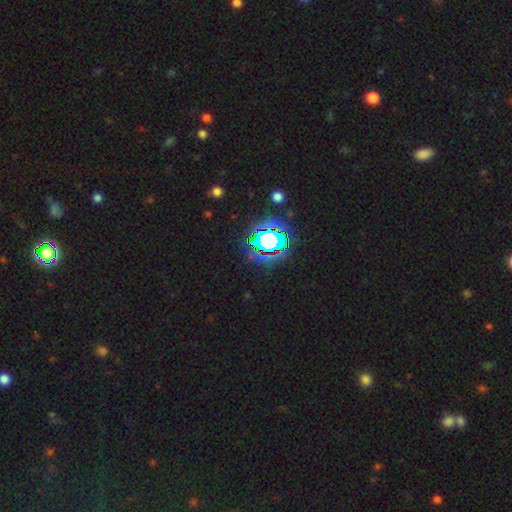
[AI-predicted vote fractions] Morphology: type=star or artifact (83%).